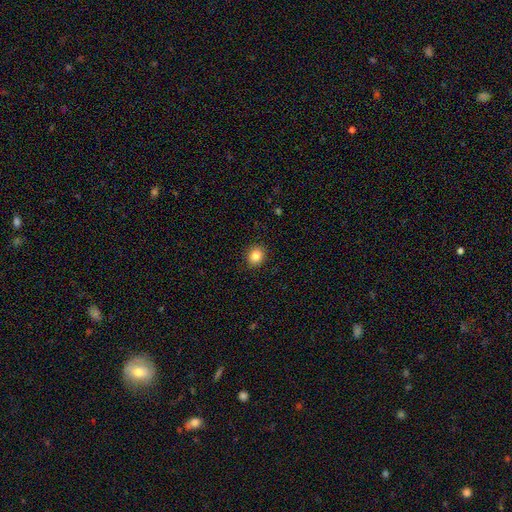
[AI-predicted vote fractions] Q: Smooth or featured?
A: smooth (84%); runner-up: star or artifact (10%)
Q: How rounded?
A: round (72%); runner-up: in between (28%)
Q: Merging?
A: none (91%); runner-up: minor disturbance (6%)